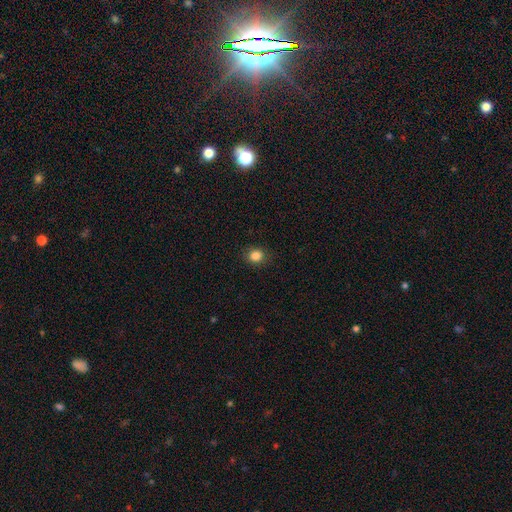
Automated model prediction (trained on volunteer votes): Smooth or featured?
  - smooth: 85% *
  - star or artifact: 11%
  - featured or disk: 4%
How rounded?
  - round: 76% *
  - in between: 24%
  - cigar-shaped: 1%
Merging?
  - none: 89% *
  - minor disturbance: 8%
  - major disturbance: 2%
  - merger: 1%